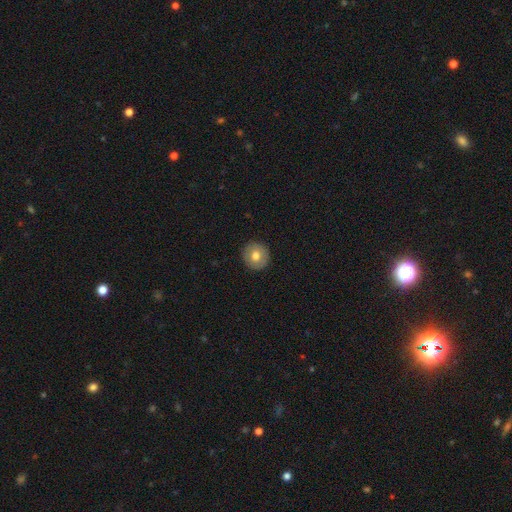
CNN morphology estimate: type=smooth (74%); roundness=round (92%); merging=none (91%).